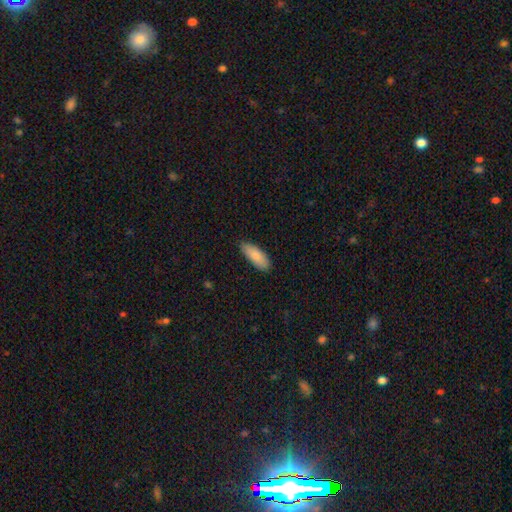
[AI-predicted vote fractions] Smooth or featured? smooth (85%)
How rounded? in between (76%)
Merging? none (83%)